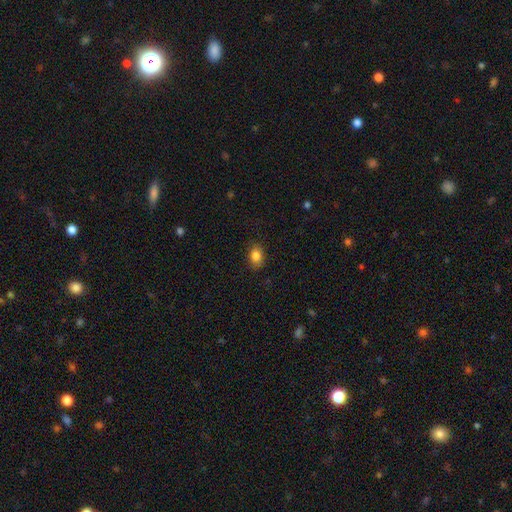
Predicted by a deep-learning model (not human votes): Morphology: type=smooth (84%); roundness=in between (71%); merging=none (84%).